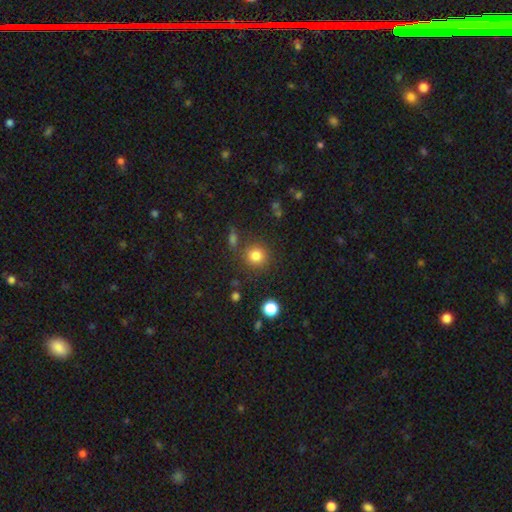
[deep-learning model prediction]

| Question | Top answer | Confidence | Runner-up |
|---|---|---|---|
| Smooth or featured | smooth | 81% | star or artifact (12%) |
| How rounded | round | 90% | in between (9%) |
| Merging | none | 82% | minor disturbance (9%) |